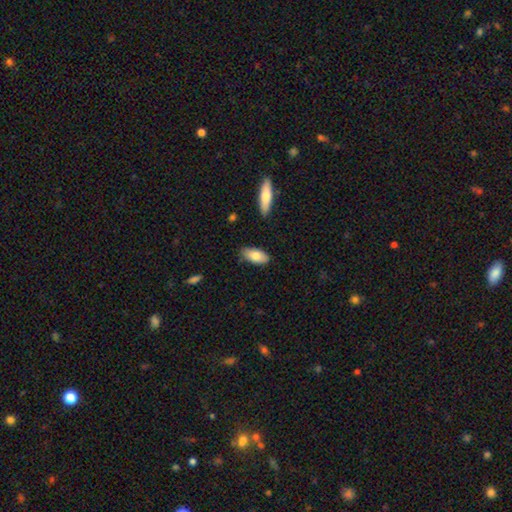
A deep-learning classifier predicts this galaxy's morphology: Overall: smooth (79%). How rounded: in between (89%). Merging: none (81%).